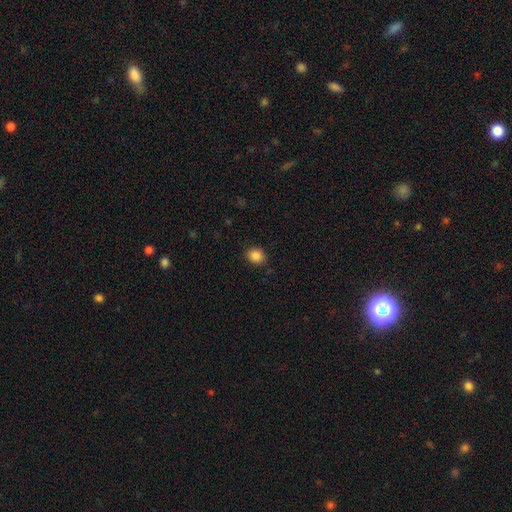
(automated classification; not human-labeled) Morphology: type=smooth (87%); roundness=round (64%); merging=none (87%).